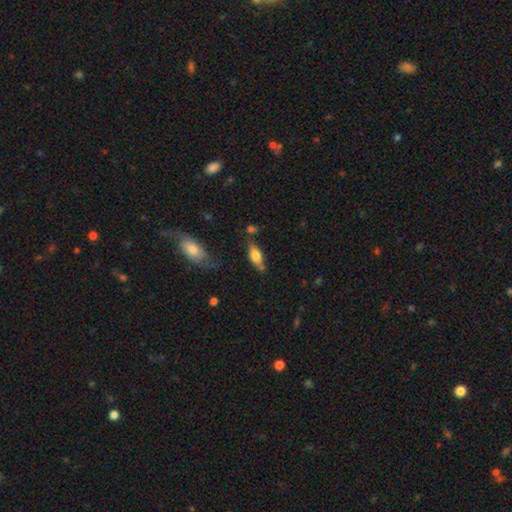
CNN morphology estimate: smooth 68%, featured or disk 25%, star or artifact 7%. Down the decision tree: how rounded — in between (72%); merging — none (66%).